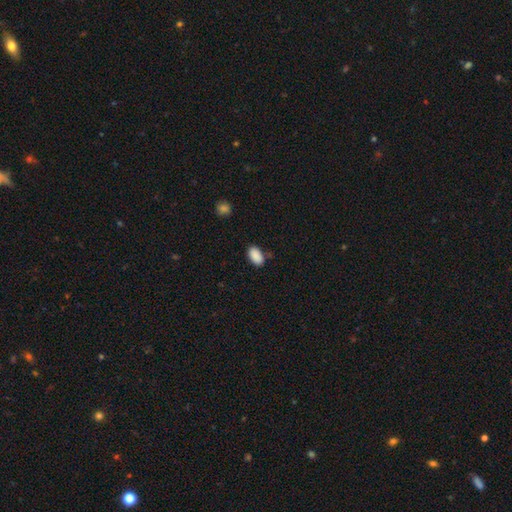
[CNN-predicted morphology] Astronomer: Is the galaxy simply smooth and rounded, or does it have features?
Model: smooth — 90%.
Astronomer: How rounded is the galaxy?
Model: in between — 93%.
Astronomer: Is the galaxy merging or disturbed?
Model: none — 79%.